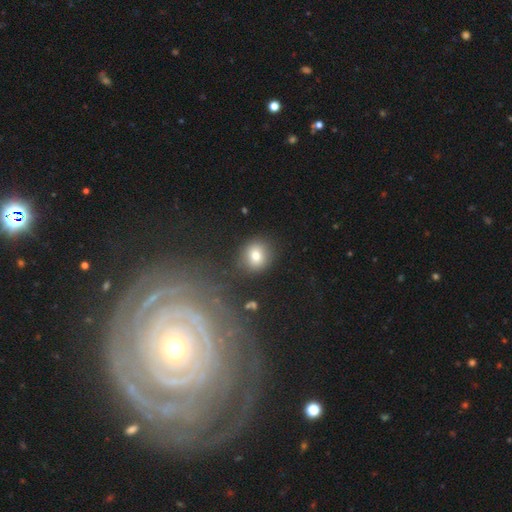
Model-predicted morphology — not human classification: smooth_or_featured: smooth (p=0.78) [alt: star or artifact p=0.12]
how_rounded: round (p=0.78) [alt: in between p=0.21]
merging: none (p=0.85) [alt: minor disturbance p=0.09]